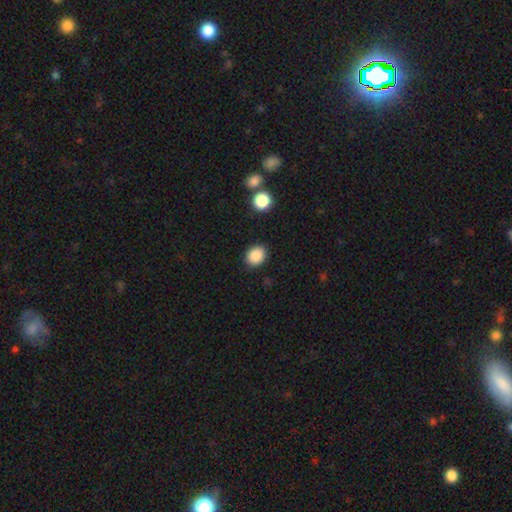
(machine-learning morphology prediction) The model was most divided on "how rounded": round: 62%, in between: 37%, cigar-shaped: 1%. More confident: merging — none (88%); smooth or featured — smooth (88%).